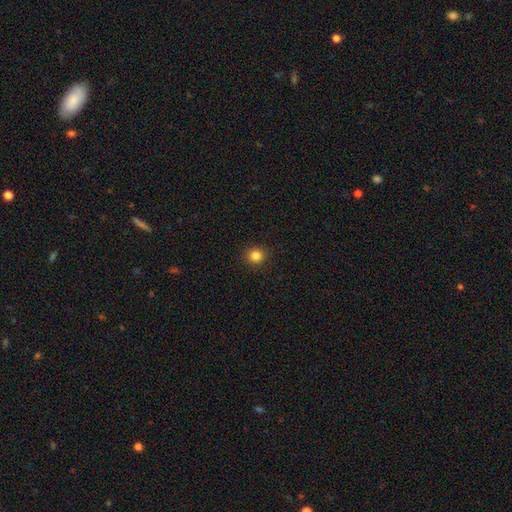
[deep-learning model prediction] This is clearly a smooth galaxy (84%). How rounded: clearly round (89%). Merging: clearly none (91%).